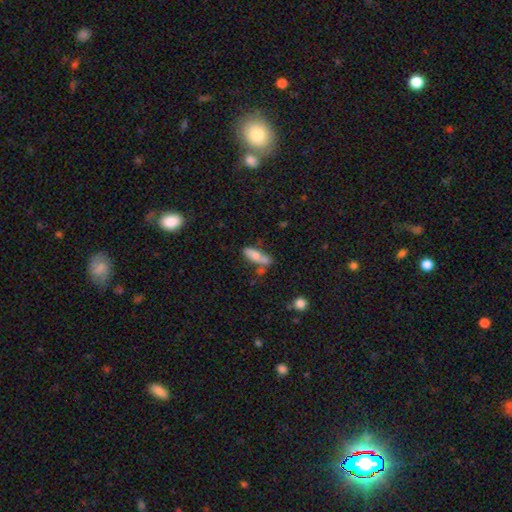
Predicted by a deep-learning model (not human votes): A smooth galaxy with no disk features (69%) that is in between round and cigar-shaped (60%).

Vote fractions:
- Smooth or featured? smooth: 69% / featured or disk: 23% / star or artifact: 9%
- How rounded? in between: 60% / cigar-shaped: 37% / round: 3%
- Merging? none: 41% / merger: 30% / minor disturbance: 20% / major disturbance: 10%